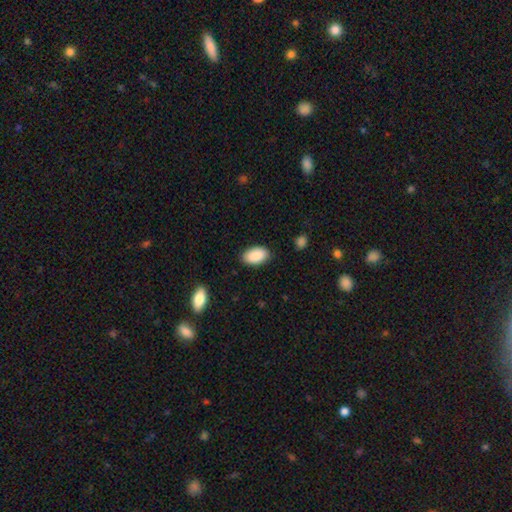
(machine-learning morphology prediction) Smooth or featured?
  - smooth: 89% *
  - star or artifact: 6%
  - featured or disk: 4%
How rounded?
  - in between: 95% *
  - round: 4%
  - cigar-shaped: 1%
Merging?
  - none: 87% *
  - minor disturbance: 10%
  - major disturbance: 2%
  - merger: 1%